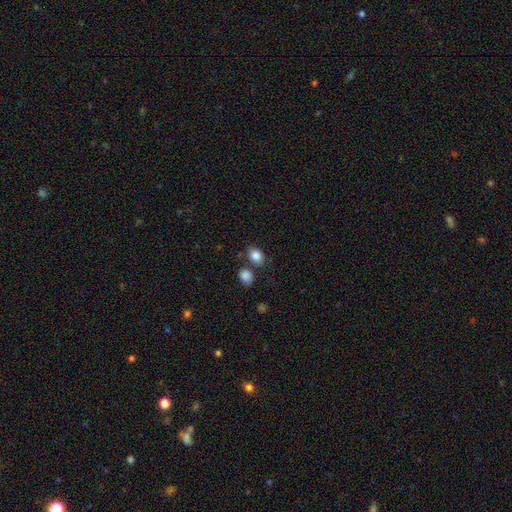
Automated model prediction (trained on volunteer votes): A smooth galaxy with no disk features (85%) that is in between round and cigar-shaped (56%). Merging: none (70%).